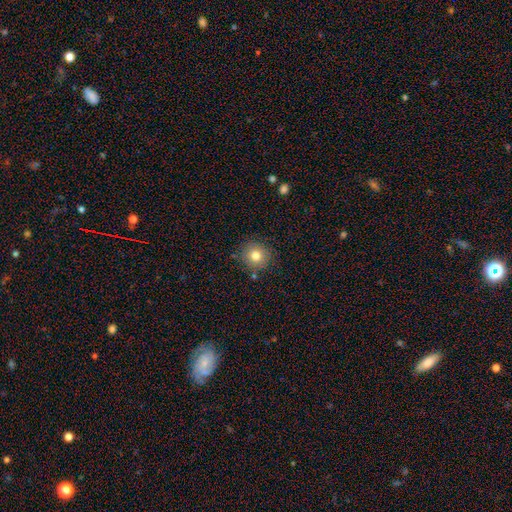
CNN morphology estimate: Smooth or featured: smooth — 79% (star or artifact — 11%)
How rounded: round — 90% (in between — 9%)
Merging: none — 84% (minor disturbance — 10%)